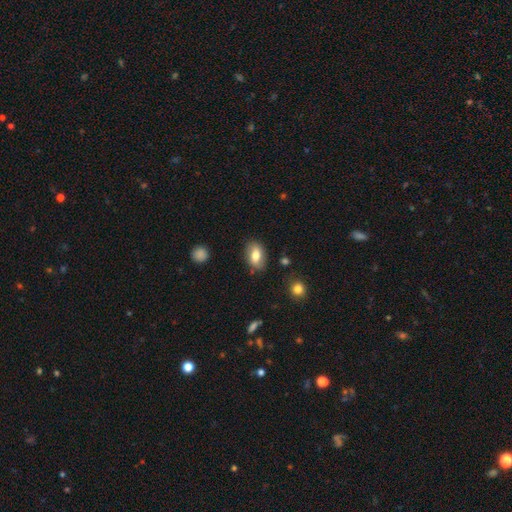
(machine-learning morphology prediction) A smooth galaxy with no disk features (73%) that is in between round and cigar-shaped (85%). Merging: none (80%).